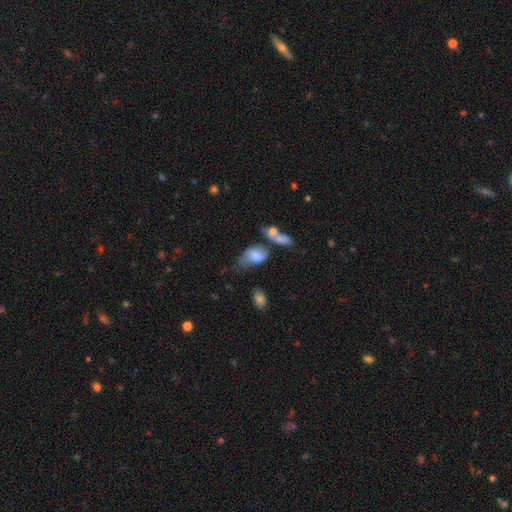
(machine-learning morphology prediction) A smooth galaxy with no disk features (54%) that is in between round and cigar-shaped (86%). Merging: none (33%).